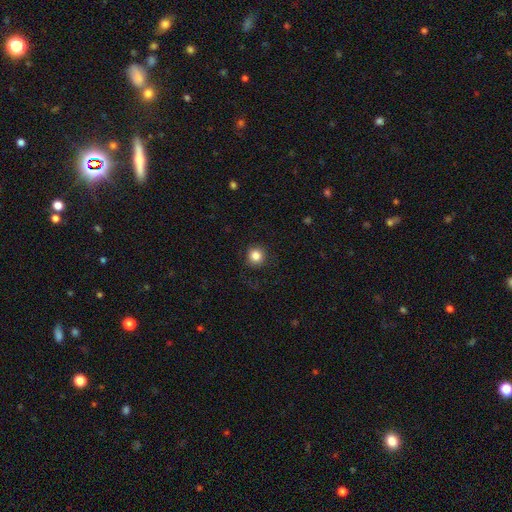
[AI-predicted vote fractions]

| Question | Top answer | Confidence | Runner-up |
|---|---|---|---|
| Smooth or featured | smooth | 85% | star or artifact (11%) |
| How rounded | round | 92% | in between (7%) |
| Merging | none | 88% | minor disturbance (8%) |